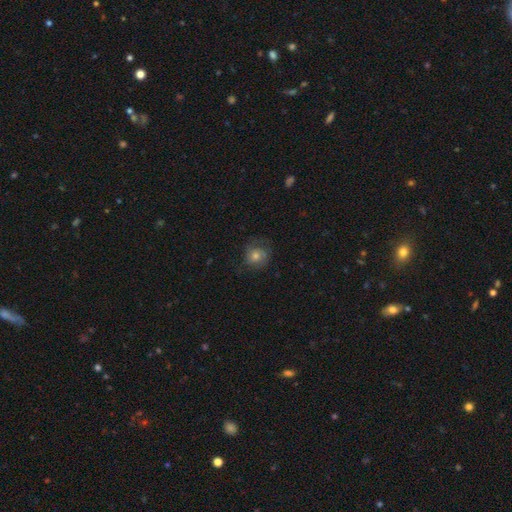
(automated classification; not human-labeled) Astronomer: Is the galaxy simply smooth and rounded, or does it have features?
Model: smooth — 59%.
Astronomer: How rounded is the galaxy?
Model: round — 82%.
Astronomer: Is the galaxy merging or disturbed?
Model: none — 67%.